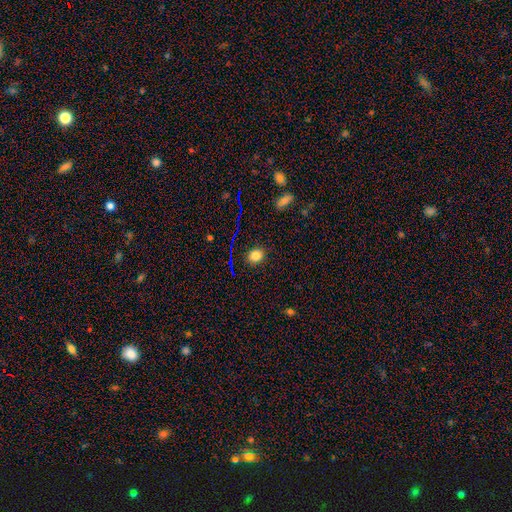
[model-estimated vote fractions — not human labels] Smooth or featured: smooth — 79% (star or artifact — 14%)
How rounded: round — 58% (in between — 40%)
Merging: none — 88% (minor disturbance — 9%)